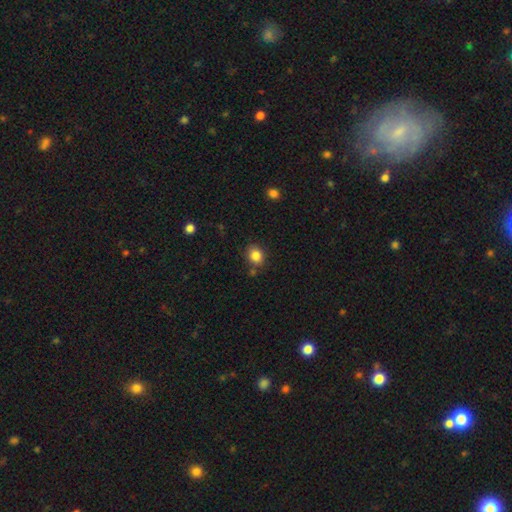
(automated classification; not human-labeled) Morphology: type=smooth (85%); roundness=round (61%); merging=none (78%).